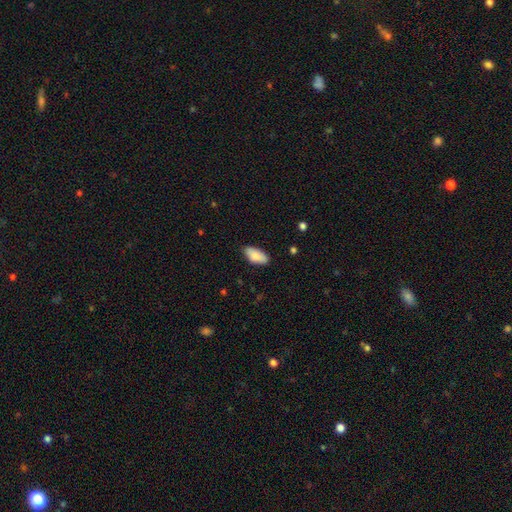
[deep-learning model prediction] The model was most divided on "merging": none: 81%, minor disturbance: 15%, major disturbance: 2%, merger: 1%. More confident: how rounded — in between (91%); smooth or featured — smooth (85%).